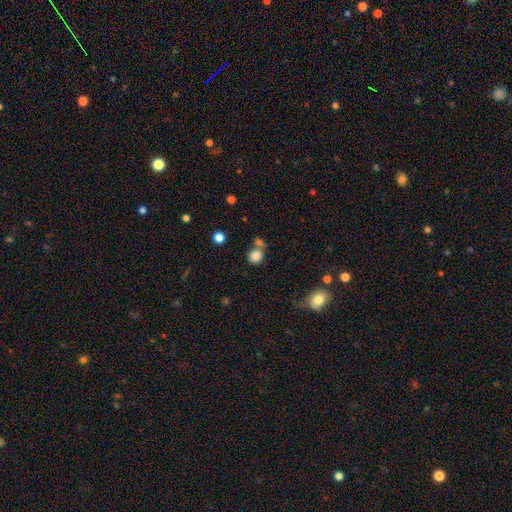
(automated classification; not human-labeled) smooth 84%, star or artifact 10%, featured or disk 6%. Down the decision tree: how rounded — round (86%); merging — none (56%).